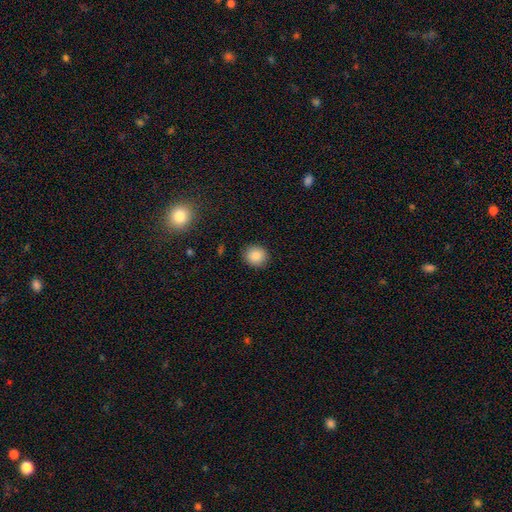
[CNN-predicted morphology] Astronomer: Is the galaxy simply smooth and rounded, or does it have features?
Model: smooth — 86%.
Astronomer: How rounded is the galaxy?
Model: round — 84%.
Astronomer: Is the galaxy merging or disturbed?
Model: none — 90%.